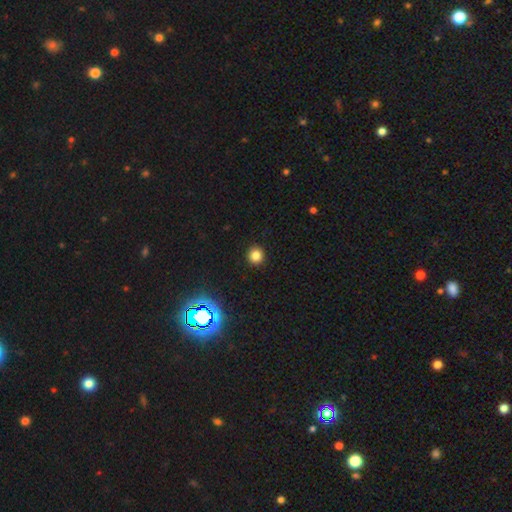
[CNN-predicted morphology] A smooth galaxy with no disk features (81%) that is round (93%). Merging: none (93%).